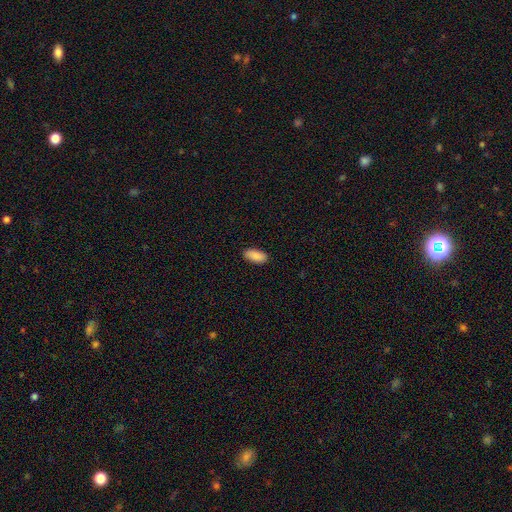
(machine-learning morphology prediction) Smooth or featured?
  - smooth: 90% *
  - star or artifact: 6%
  - featured or disk: 4%
How rounded?
  - in between: 91% *
  - cigar-shaped: 7%
  - round: 2%
Merging?
  - none: 89% *
  - minor disturbance: 8%
  - major disturbance: 2%
  - merger: 1%